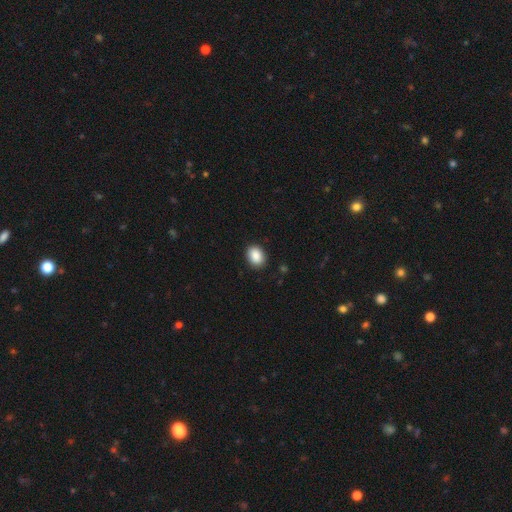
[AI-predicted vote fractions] The model was most divided on "how rounded": in between: 64%, round: 35%, cigar-shaped: 1%. More confident: merging — none (89%); smooth or featured — smooth (89%).